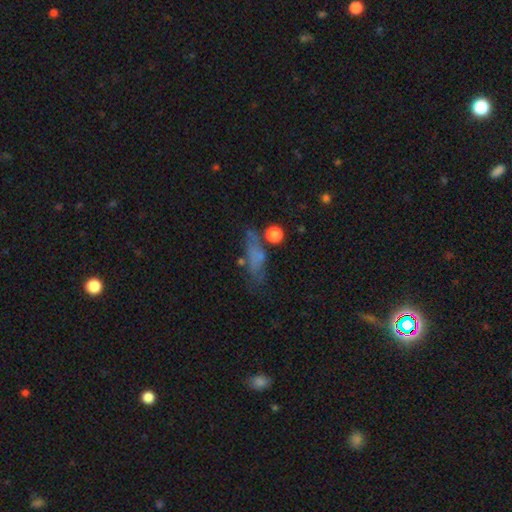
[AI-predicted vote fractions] Q: Smooth or featured?
A: smooth (55%); runner-up: featured or disk (27%)
Q: How rounded?
A: cigar-shaped (53%); runner-up: in between (40%)
Q: Merging?
A: none (53%); runner-up: minor disturbance (23%)